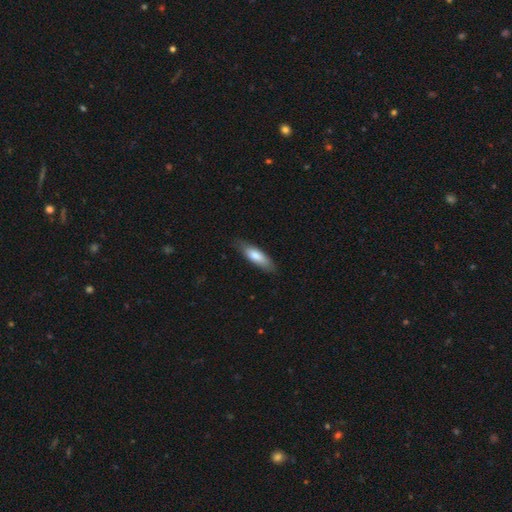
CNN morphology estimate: Q: Smooth or featured?
A: smooth (77%); runner-up: featured or disk (18%)
Q: How rounded?
A: in between (51%); runner-up: cigar-shaped (48%)
Q: Merging?
A: none (78%); runner-up: minor disturbance (17%)